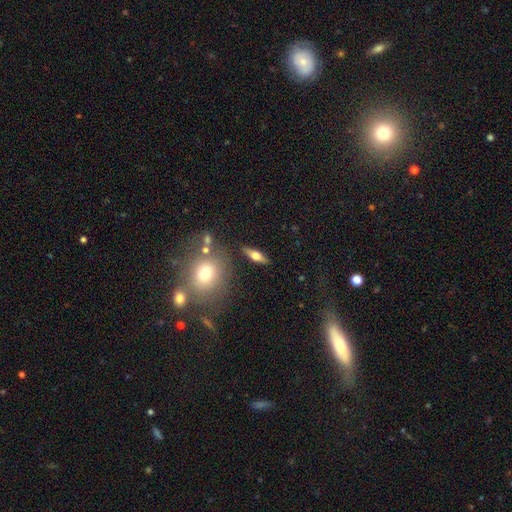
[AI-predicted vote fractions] A smooth galaxy with no disk features (47%). Merging: none (85%).